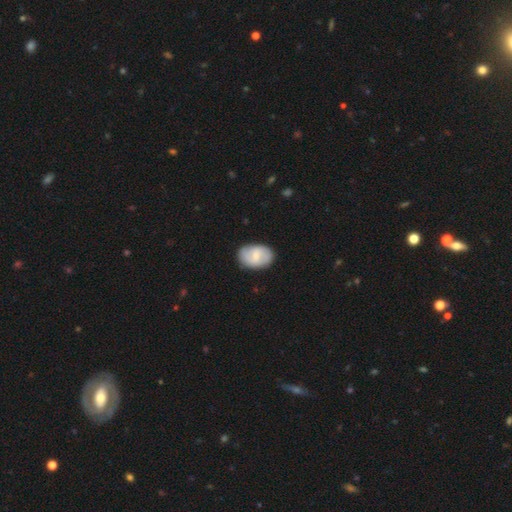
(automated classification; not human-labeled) smooth 60%, featured or disk 34%, star or artifact 6%. Down the decision tree: how rounded — in between (85%); merging — none (82%).